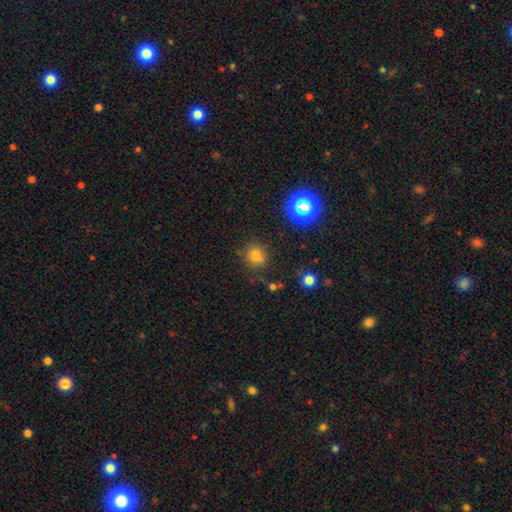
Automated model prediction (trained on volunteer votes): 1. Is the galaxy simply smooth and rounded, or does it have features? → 72% smooth, 20% star or artifact, 8% featured or disk.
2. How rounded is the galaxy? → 87% round, 12% in between, 1% cigar-shaped.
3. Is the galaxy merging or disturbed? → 80% none, 12% minor disturbance, 4% merger, 4% major disturbance.